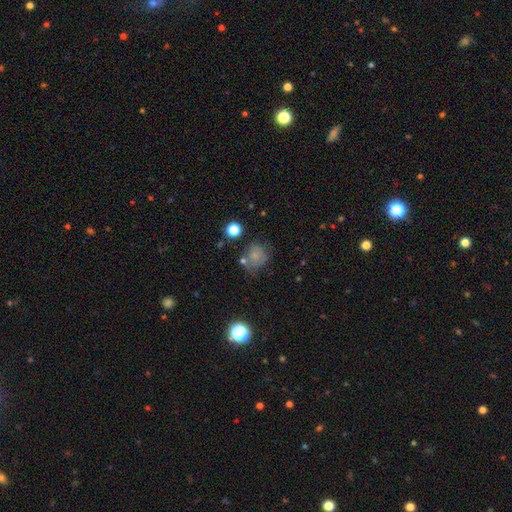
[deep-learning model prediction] Smooth or featured?
  - smooth: 70% *
  - star or artifact: 16%
  - featured or disk: 14%
How rounded?
  - round: 74% *
  - in between: 25%
  - cigar-shaped: 1%
Merging?
  - none: 55% *
  - minor disturbance: 23%
  - major disturbance: 11%
  - merger: 11%